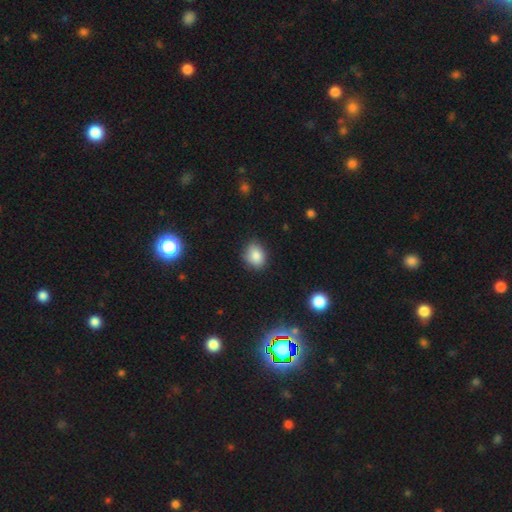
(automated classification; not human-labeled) smooth_or_featured: smooth (p=0.84) [alt: star or artifact p=0.09]
how_rounded: in between (p=0.55) [alt: round p=0.44]
merging: none (p=0.77) [alt: minor disturbance p=0.18]